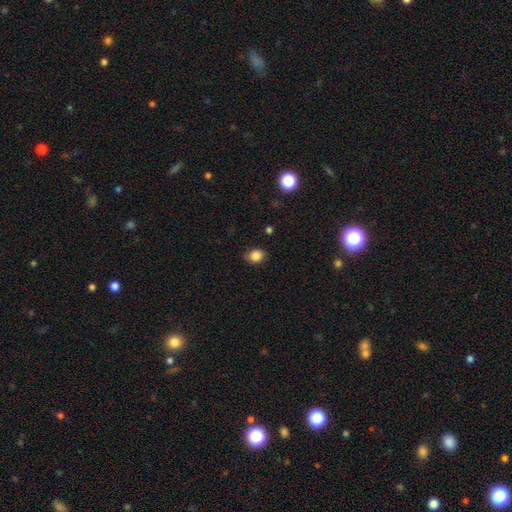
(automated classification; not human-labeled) A smooth galaxy with no disk features (86%) that is round (51%).

Vote fractions:
- Smooth or featured? smooth: 86% / star or artifact: 10% / featured or disk: 4%
- How rounded? round: 51% / in between: 48% / cigar-shaped: 1%
- Merging? none: 77% / minor disturbance: 19% / major disturbance: 4% / merger: 1%